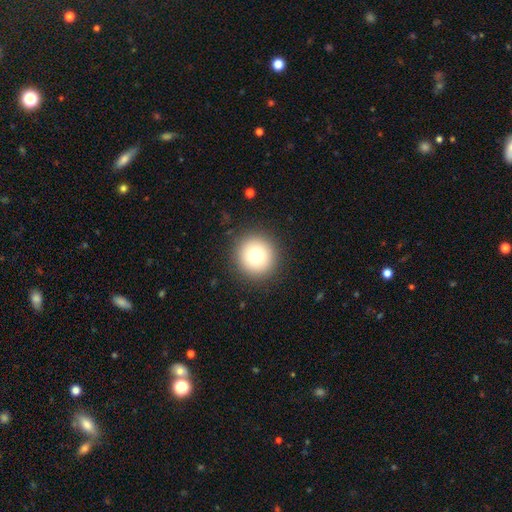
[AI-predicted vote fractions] Smooth or featured?
  - smooth: 78% *
  - star or artifact: 11%
  - featured or disk: 11%
How rounded?
  - round: 94% *
  - in between: 5%
  - cigar-shaped: 1%
Merging?
  - none: 90% *
  - minor disturbance: 6%
  - major disturbance: 2%
  - merger: 1%